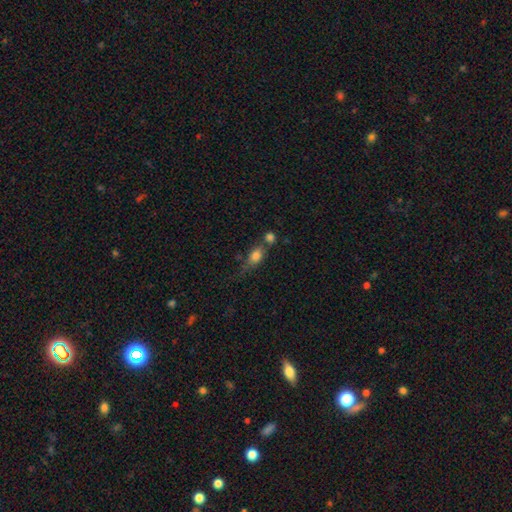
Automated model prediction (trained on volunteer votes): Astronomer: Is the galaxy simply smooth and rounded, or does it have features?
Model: smooth — 76%.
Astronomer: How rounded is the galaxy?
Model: in between — 67%.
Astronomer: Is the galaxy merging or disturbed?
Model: merger — 39% (runner-up: none, 36%).